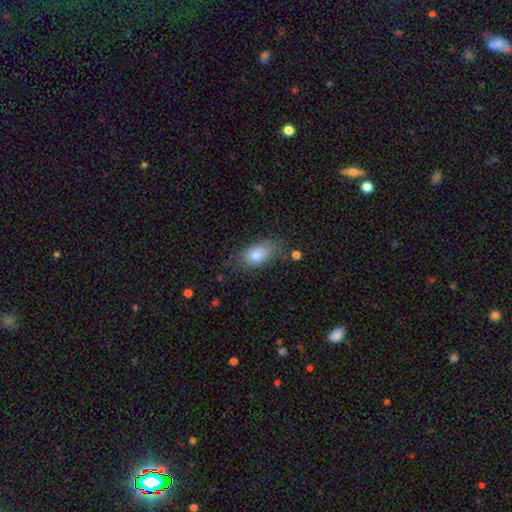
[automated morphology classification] Smooth or featured? smooth (80%)
How rounded? in between (86%)
Merging? none (69%)